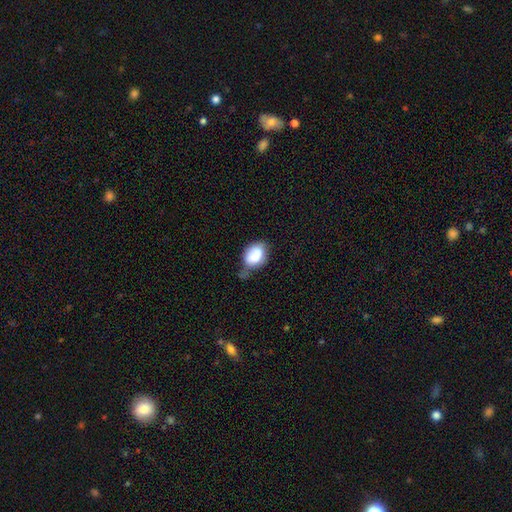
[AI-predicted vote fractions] Q: Smooth or featured?
A: smooth (81%); runner-up: featured or disk (11%)
Q: How rounded?
A: in between (78%); runner-up: round (21%)
Q: Merging?
A: minor disturbance (39%); runner-up: none (33%)